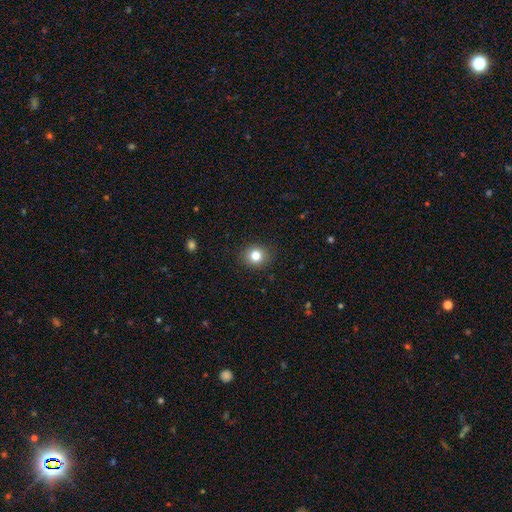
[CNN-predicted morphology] A smooth galaxy with no disk features (81%) that is round (82%). Merging: none (90%).